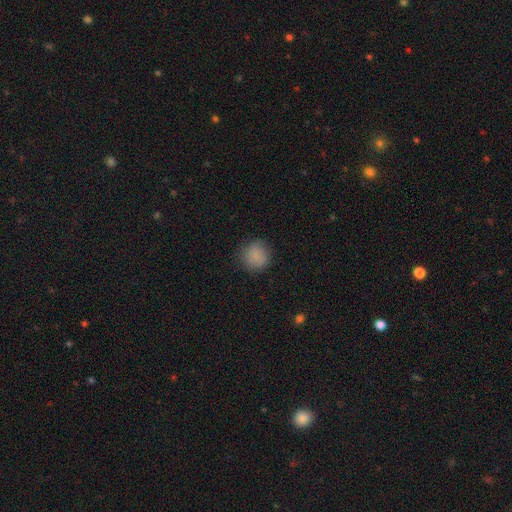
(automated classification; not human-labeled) The model was most divided on "merging": none: 79%, minor disturbance: 16%, major disturbance: 4%, merger: 1%. More confident: how rounded — round (90%); smooth or featured — smooth (84%).